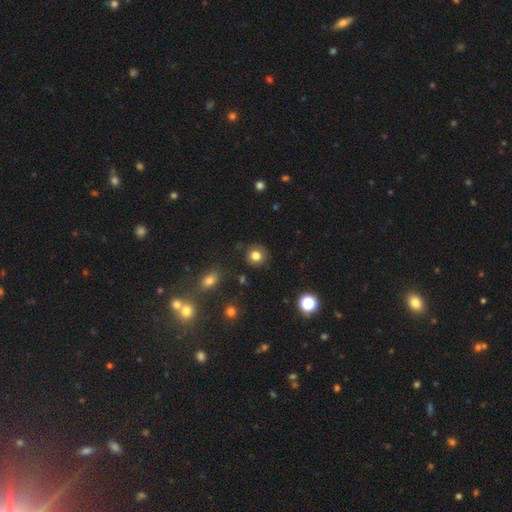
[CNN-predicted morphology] This appears to be a smooth galaxy with no disk features (81%) that is round (88%). Merging: none (85%).